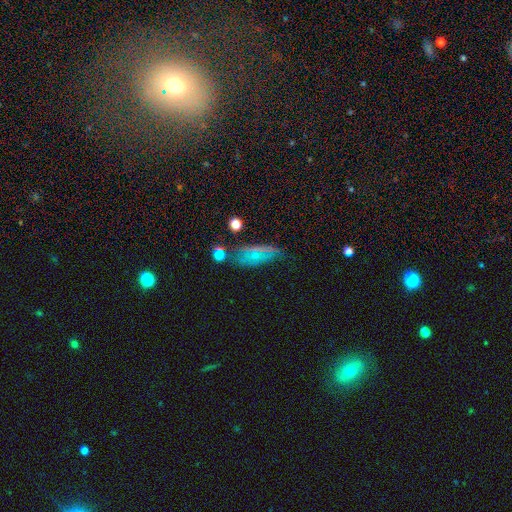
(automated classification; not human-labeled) A smooth galaxy with no disk features (42%). Merging: none (58%).